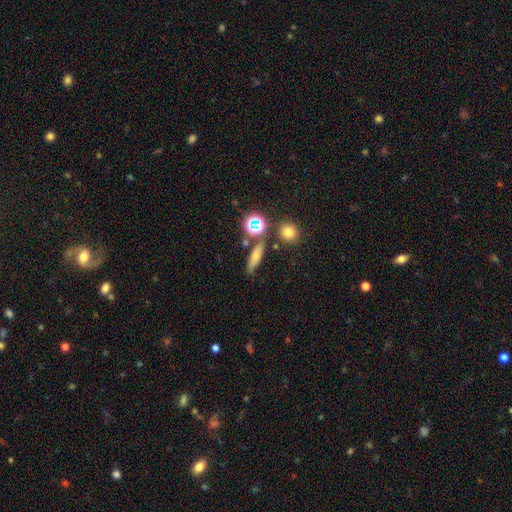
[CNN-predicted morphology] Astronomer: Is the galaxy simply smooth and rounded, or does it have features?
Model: smooth — 60%.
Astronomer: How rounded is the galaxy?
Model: cigar-shaped — 56%.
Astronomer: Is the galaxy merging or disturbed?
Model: none — 76%.